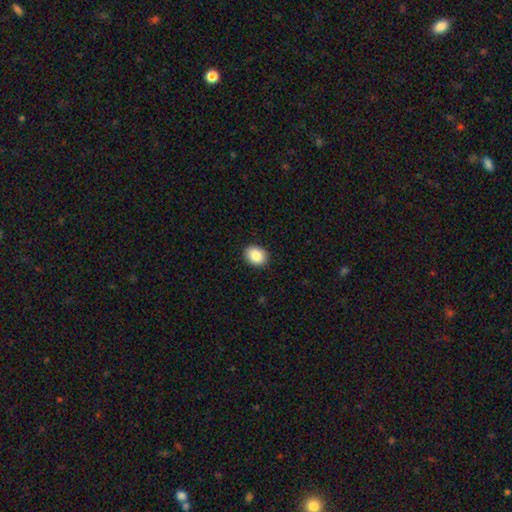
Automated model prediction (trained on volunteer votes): This appears to be a smooth galaxy with no disk features (86%) that is in between round and cigar-shaped (55%). Merging: none (91%).